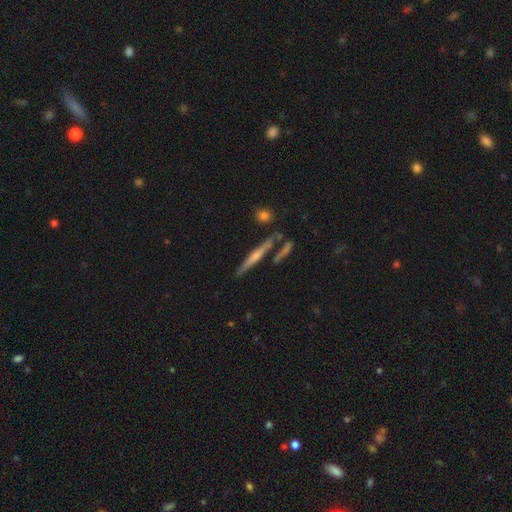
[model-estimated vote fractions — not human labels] smooth-or-featured: featured or disk: 59% | smooth: 34% | star or artifact: 7%
  disk-edge-on: yes: 96% | no: 4%
    edge-on-bulge: rounded: 53% | none: 35% | boxy: 12%
  merging: none: 78% | minor disturbance: 10% | merger: 9% | major disturbance: 3%